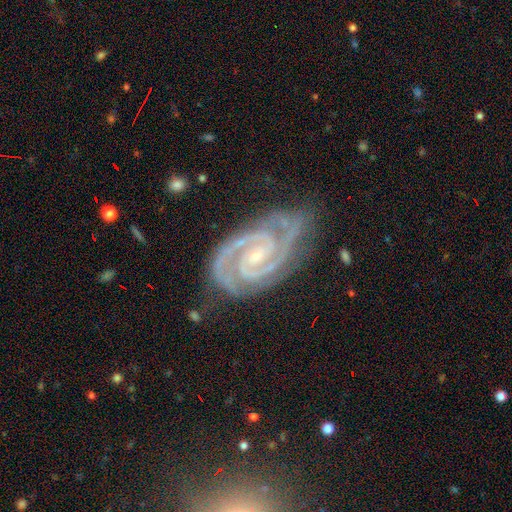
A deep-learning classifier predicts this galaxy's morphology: Q: Smooth or featured?
A: featured or disk (93%); runner-up: star or artifact (4%)
Q: Edge-on disk?
A: no (98%); runner-up: yes (2%)
Q: Bar?
A: no (39%); runner-up: weak (38%)
Q: Spiral arms?
A: yes (99%); runner-up: no (1%)
Q: Spiral winding?
A: tight (75%); runner-up: medium (23%)
Q: Spiral arm count?
A: 2 (85%); runner-up: 3 (8%)
Q: Bulge size?
A: small (76%); runner-up: moderate (18%)
Q: Merging?
A: none (78%); runner-up: minor disturbance (17%)